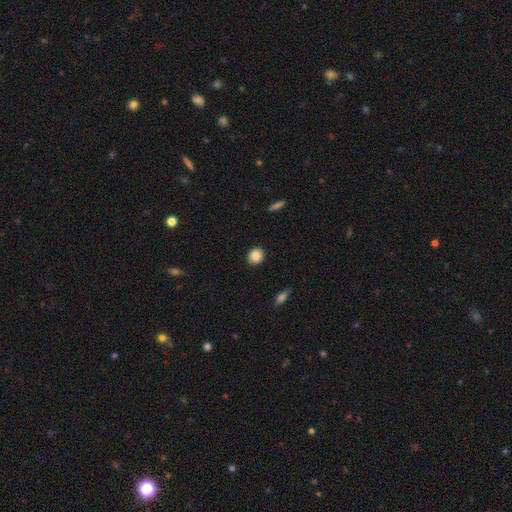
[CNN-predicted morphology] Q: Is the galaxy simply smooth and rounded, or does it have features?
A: smooth — 87%.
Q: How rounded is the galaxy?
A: round — 77%.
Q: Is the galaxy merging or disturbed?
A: none — 90%.